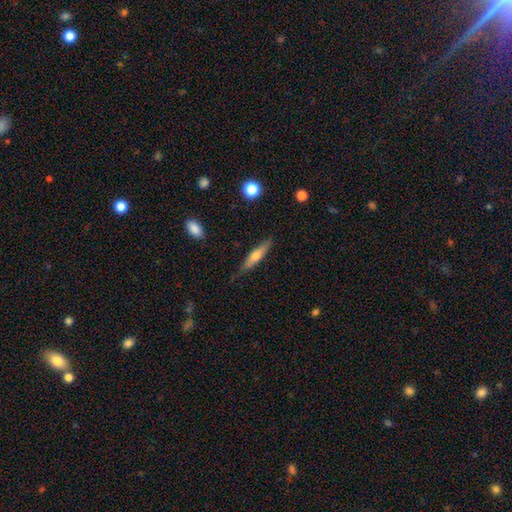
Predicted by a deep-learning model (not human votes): smooth-or-featured: featured or disk: 49% | smooth: 44% | star or artifact: 6%
  merging: none: 81% | minor disturbance: 15% | major disturbance: 3% | merger: 1%